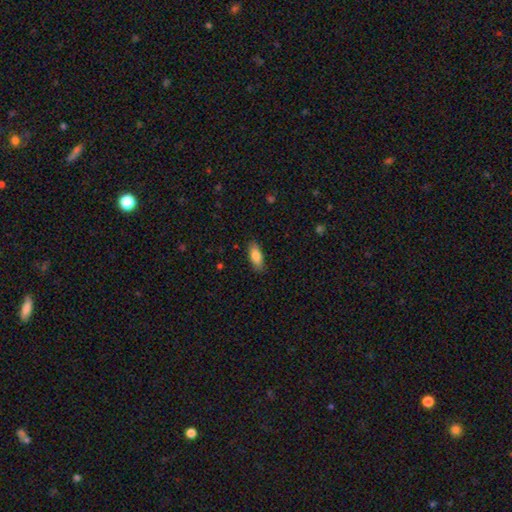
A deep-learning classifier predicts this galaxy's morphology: Smooth or featured?
  - smooth: 84% *
  - featured or disk: 10%
  - star or artifact: 6%
How rounded?
  - in between: 78% *
  - cigar-shaped: 20%
  - round: 2%
Merging?
  - none: 86% *
  - minor disturbance: 10%
  - major disturbance: 2%
  - merger: 1%